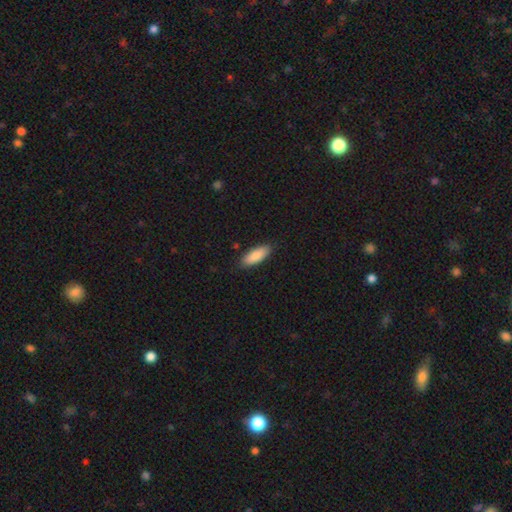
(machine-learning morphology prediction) smooth-or-featured: smooth: 87% | featured or disk: 8% | star or artifact: 6%
  how-rounded: in between: 69% | cigar-shaped: 30% | round: 2%
  merging: none: 87% | minor disturbance: 10% | major disturbance: 2% | merger: 1%